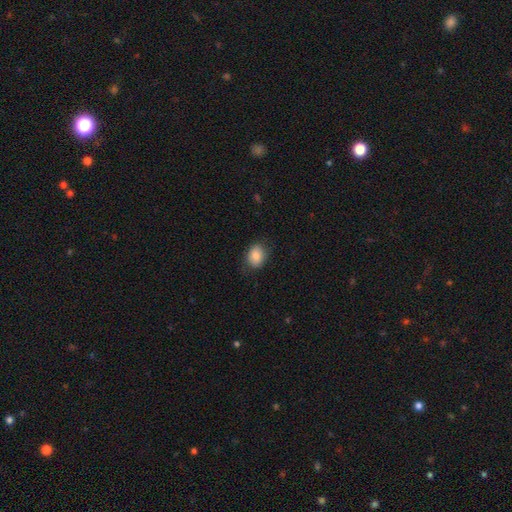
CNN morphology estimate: A smooth galaxy with no disk features (83%) that is in between round and cigar-shaped (60%). Merging: none (78%).